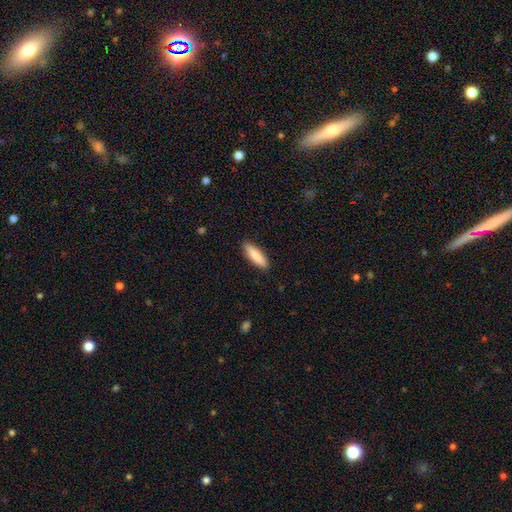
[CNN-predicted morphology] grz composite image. It shows a smooth galaxy with no disk features (85%) that is cigar-shaped (60%). Merging: none (89%).